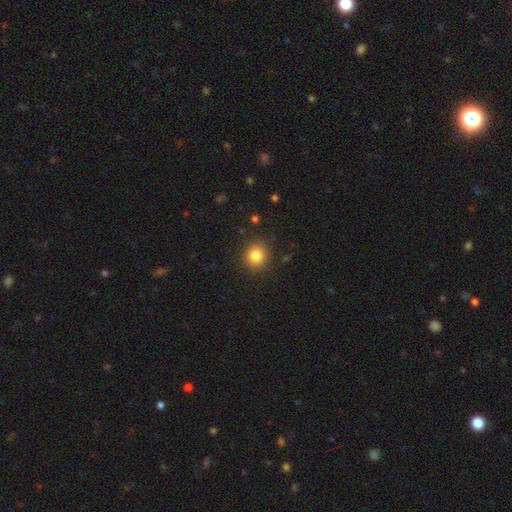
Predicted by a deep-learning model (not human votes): Smooth or featured?
  - smooth: 83% *
  - star or artifact: 11%
  - featured or disk: 6%
How rounded?
  - round: 86% *
  - in between: 13%
  - cigar-shaped: 1%
Merging?
  - none: 89% *
  - minor disturbance: 8%
  - major disturbance: 3%
  - merger: 1%